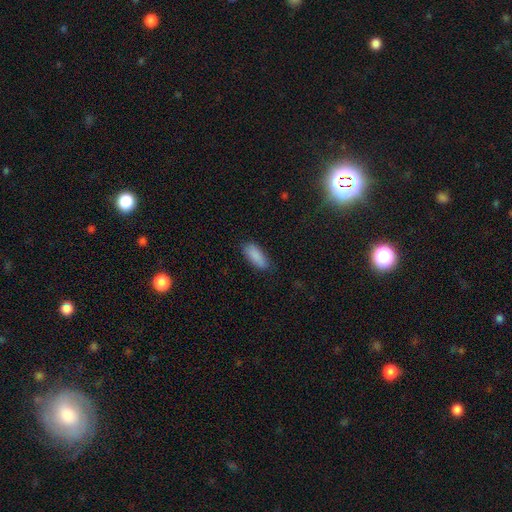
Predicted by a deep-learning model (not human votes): Morphology: type=smooth (88%); roundness=in between (81%); merging=none (81%).